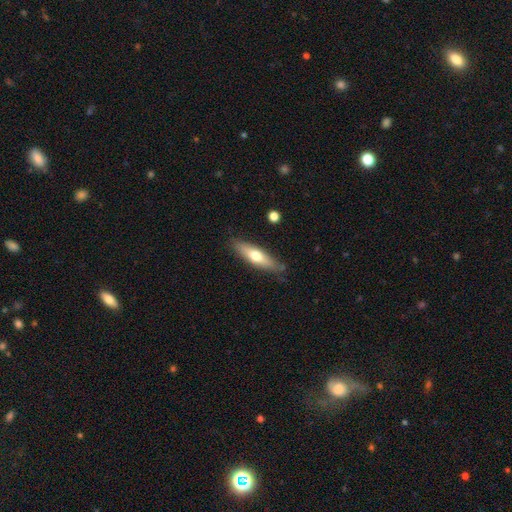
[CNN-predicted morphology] A smooth galaxy with no disk features (57%) that is cigar-shaped (64%).

Vote fractions:
- Smooth or featured? smooth: 57% / featured or disk: 37% / star or artifact: 6%
- How rounded? cigar-shaped: 64% / in between: 34% / round: 2%
- Merging? none: 82% / minor disturbance: 13% / major disturbance: 3% / merger: 2%